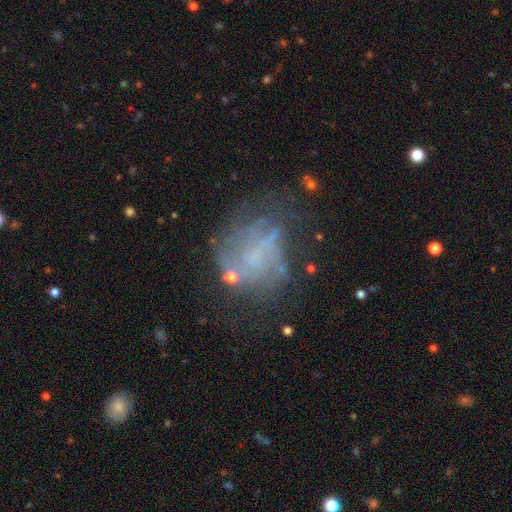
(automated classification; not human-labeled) Smooth or featured?
  - featured or disk: 57% *
  - smooth: 26%
  - star or artifact: 17%
Edge-on disk?
  - no: 98% *
  - yes: 2%
Bar?
  - no: 81% *
  - weak: 15%
  - strong: 4%
Spiral arms?
  - no: 66% *
  - yes: 34%
Bulge size?
  - none: 71% *
  - small: 17%
  - moderate: 9%
  - large: 2%
  - dominant: 1%
Merging?
  - none: 50% *
  - major disturbance: 24%
  - minor disturbance: 21%
  - merger: 6%